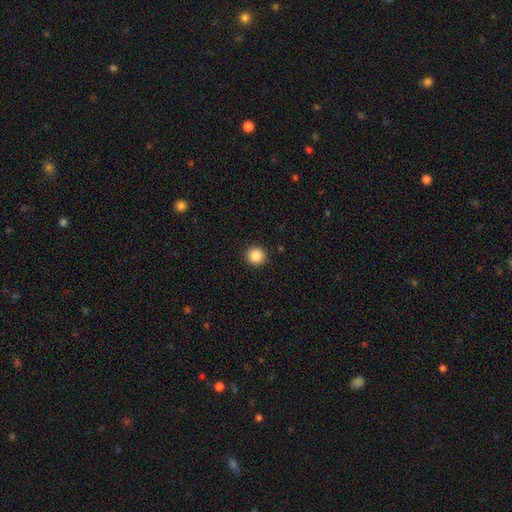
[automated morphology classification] This appears to be a smooth galaxy with no disk features (87%) that is round (93%). Merging: none (93%).